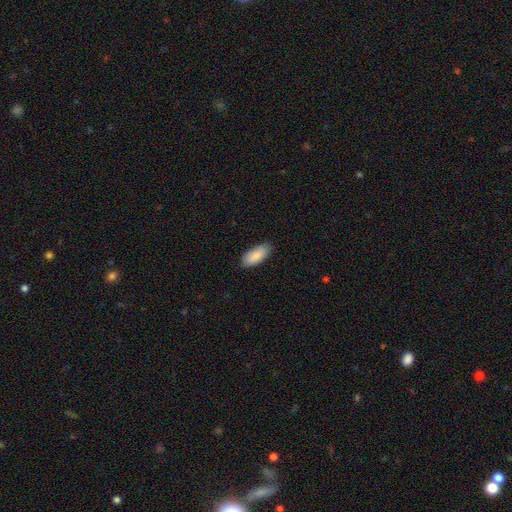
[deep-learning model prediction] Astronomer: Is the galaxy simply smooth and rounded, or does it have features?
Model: smooth — 88%.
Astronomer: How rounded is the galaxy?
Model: in between — 86%.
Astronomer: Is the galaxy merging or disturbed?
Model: none — 86%.